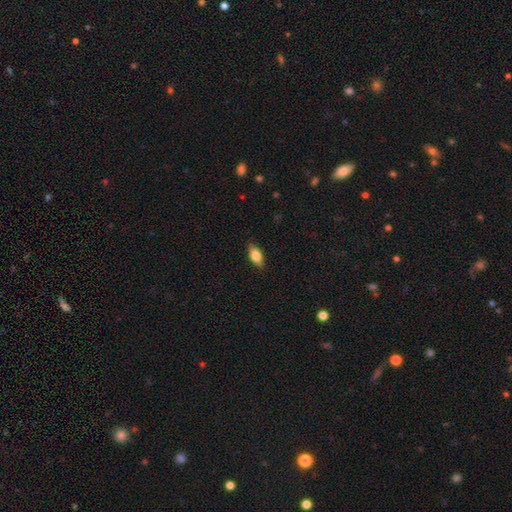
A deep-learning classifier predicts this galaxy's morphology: Smooth or featured? Predicted: smooth (p=0.70). How rounded? Predicted: in between (p=0.79). Merging? Predicted: none (p=0.86).